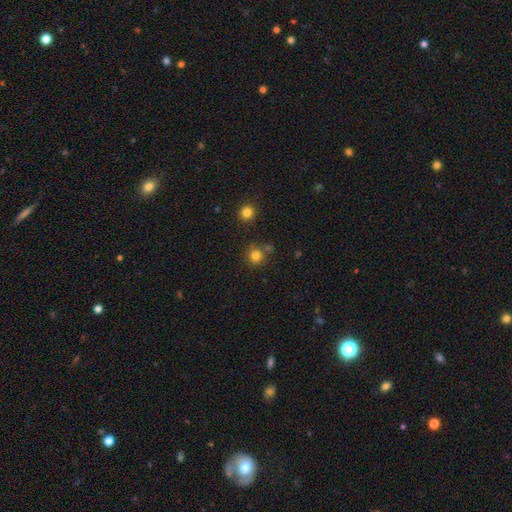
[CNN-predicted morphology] Q: Smooth or featured?
A: smooth (81%); runner-up: star or artifact (14%)
Q: How rounded?
A: round (93%); runner-up: in between (6%)
Q: Merging?
A: none (77%); runner-up: merger (10%)